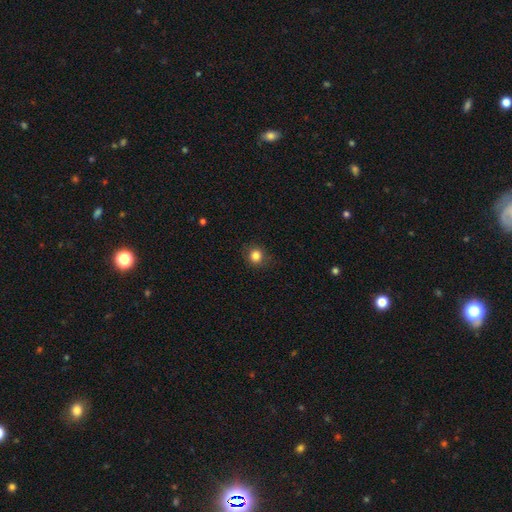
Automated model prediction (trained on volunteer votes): Smooth or featured? smooth (84%)
How rounded? round (87%)
Merging? none (85%)